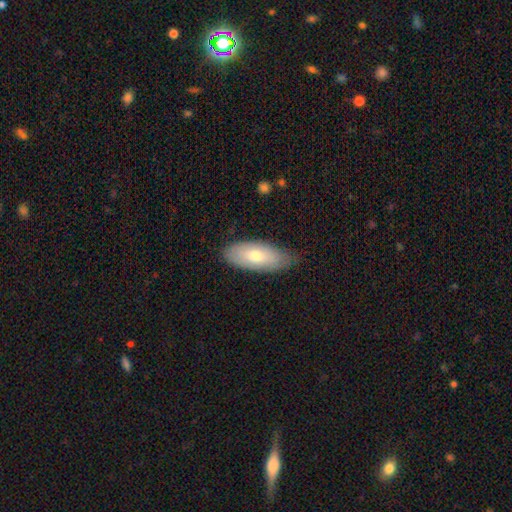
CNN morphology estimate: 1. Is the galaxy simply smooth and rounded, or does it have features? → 70% smooth, 24% featured or disk, 6% star or artifact.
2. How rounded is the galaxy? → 83% in between, 15% cigar-shaped, 2% round.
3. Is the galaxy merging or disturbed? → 75% none, 20% minor disturbance, 3% major disturbance, 1% merger.